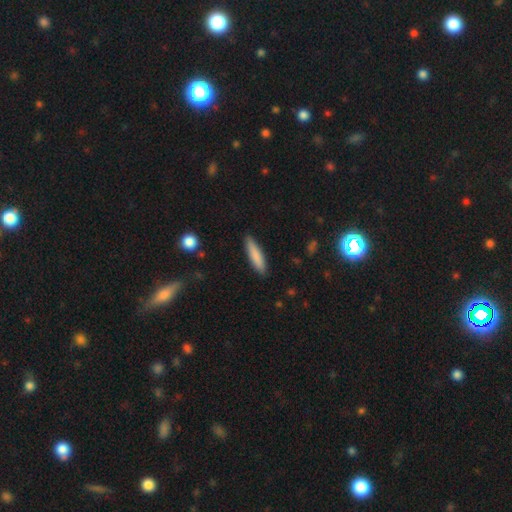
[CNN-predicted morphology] Smooth or featured: smooth — 84% (featured or disk — 11%)
How rounded: cigar-shaped — 79% (in between — 19%)
Merging: none — 88% (minor disturbance — 9%)